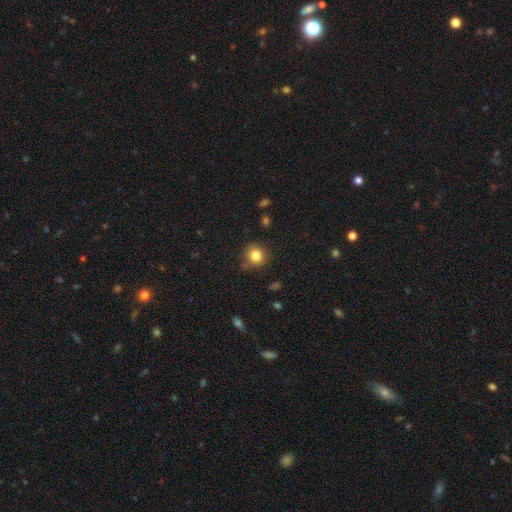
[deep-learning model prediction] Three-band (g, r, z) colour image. It shows a smooth galaxy with no disk features (83%) that is round (89%). Merging: none (81%).